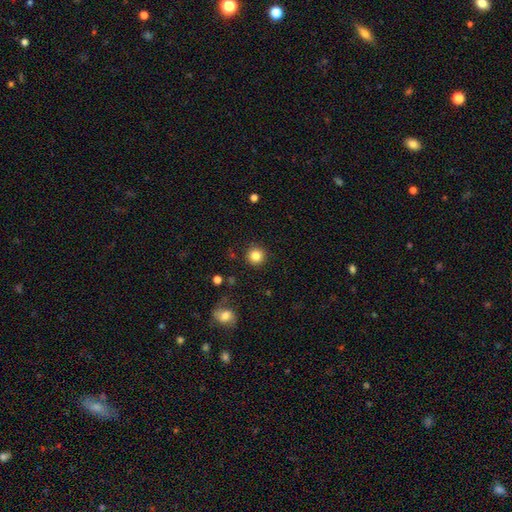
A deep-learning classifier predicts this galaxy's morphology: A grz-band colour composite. It shows a smooth galaxy with no disk features (84%) that is round (95%). Merging: none (91%).